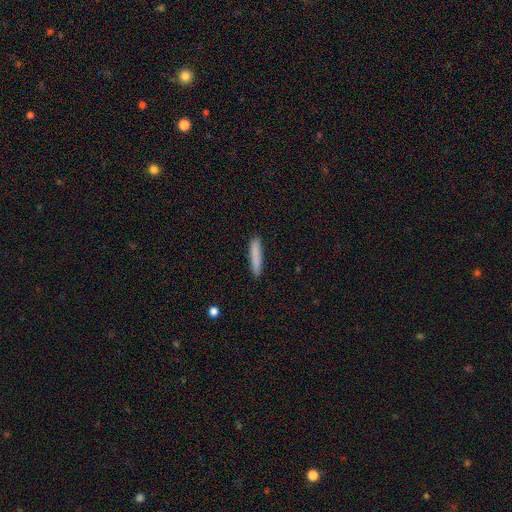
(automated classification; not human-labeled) Morphology: type=smooth (84%); roundness=cigar-shaped (91%); merging=none (89%).